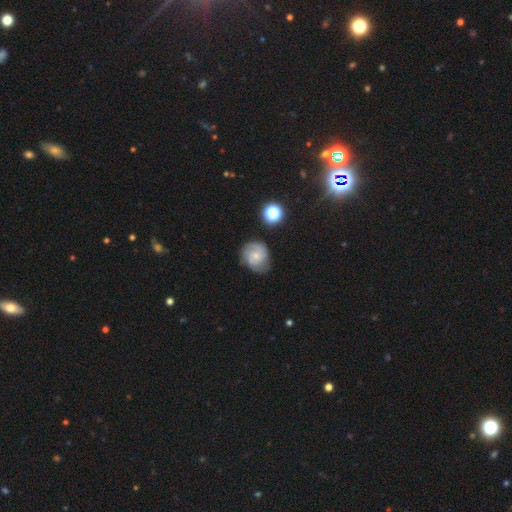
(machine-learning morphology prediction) Smooth or featured? Predicted: featured or disk (p=0.58). Edge-on disk? Predicted: no (p=0.98). Bar? Predicted: no (p=0.67). Spiral arms? Predicted: yes (p=0.90). Spiral winding? Predicted: tight (p=0.43, tied with medium). Spiral arm count? Predicted: 2 (p=0.54). Bulge size? Predicted: small (p=0.64). Merging? Predicted: none (p=0.67).